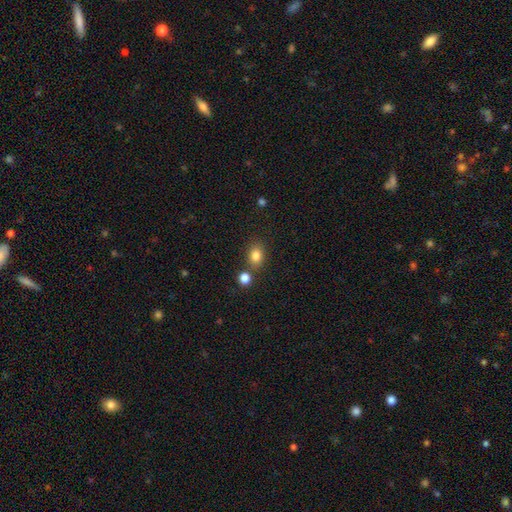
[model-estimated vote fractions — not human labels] This appears to be a smooth galaxy with no disk features (83%) that is in between round and cigar-shaped (56%). Merging: none (71%).